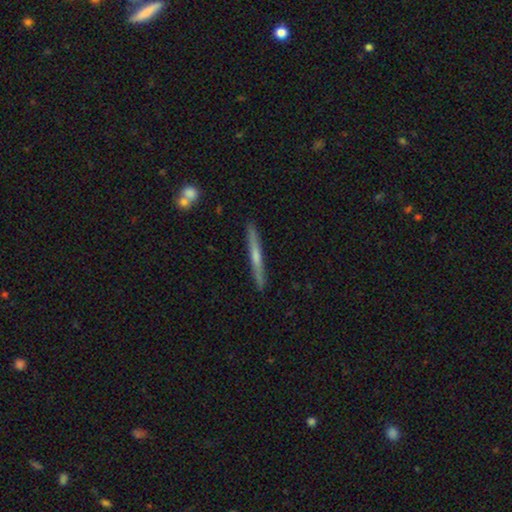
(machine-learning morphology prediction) Overall: featured or disk (68%). Edge-on disk: yes (96%). Edge-on bulge: rounded (78%). Merging: none (89%).